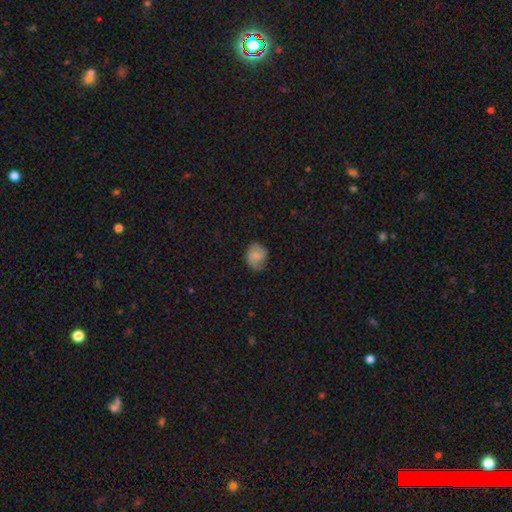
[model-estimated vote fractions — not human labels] The model was most divided on "smooth or featured": smooth: 60%, featured or disk: 32%, star or artifact: 8%. More confident: merging — none (72%); how rounded — round (64%).